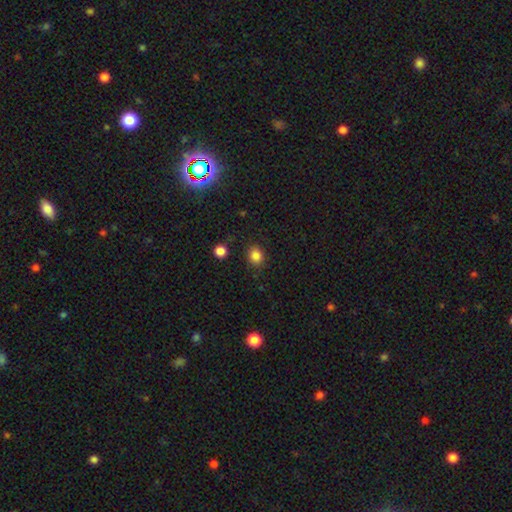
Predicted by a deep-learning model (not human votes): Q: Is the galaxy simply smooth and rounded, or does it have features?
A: smooth — 84%.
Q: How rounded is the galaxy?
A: round — 67%.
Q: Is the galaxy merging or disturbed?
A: none — 85%.